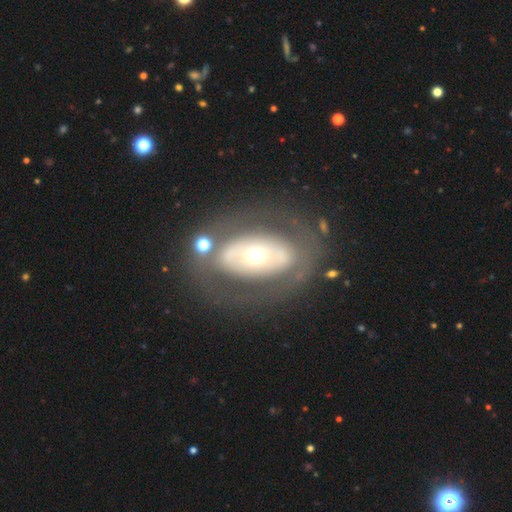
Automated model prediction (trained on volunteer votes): Smooth or featured? Predicted: featured or disk (p=0.62). Edge-on disk? Predicted: no (p=0.92). Bar? Predicted: no (p=0.77). Spiral arms? Predicted: no (p=0.82). Bulge size? Predicted: moderate (p=0.58). Merging? Predicted: none (p=0.73).